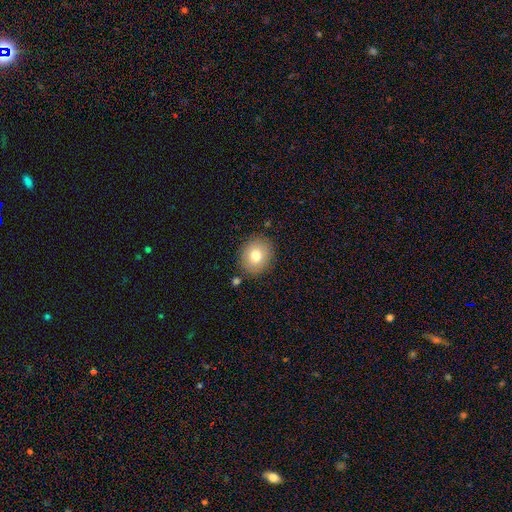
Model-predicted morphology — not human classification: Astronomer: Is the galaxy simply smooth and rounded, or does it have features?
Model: smooth — 77%.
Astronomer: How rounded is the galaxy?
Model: round — 74%.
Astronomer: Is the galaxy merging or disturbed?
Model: none — 85%.